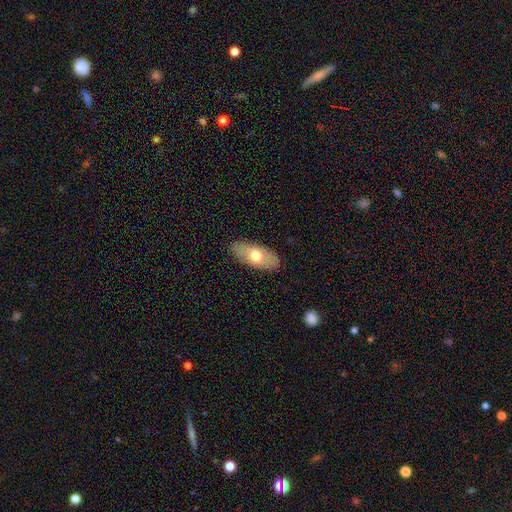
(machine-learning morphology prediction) Smooth or featured? Predicted: smooth (p=0.62). How rounded? Predicted: in between (p=0.89). Merging? Predicted: none (p=0.87).